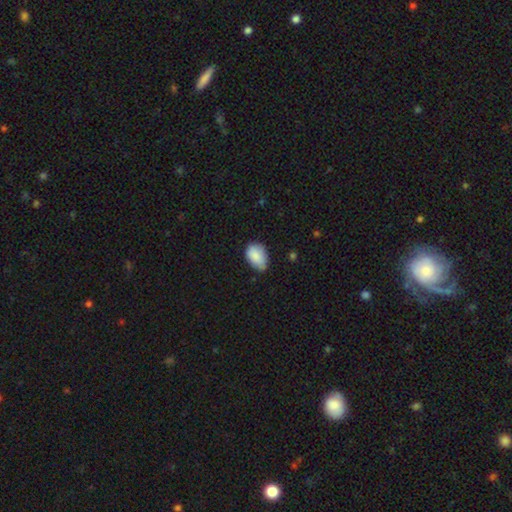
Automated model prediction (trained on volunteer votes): This is clearly a smooth galaxy (86%). How rounded: clearly in between (86%). Merging: possibly none (56%).